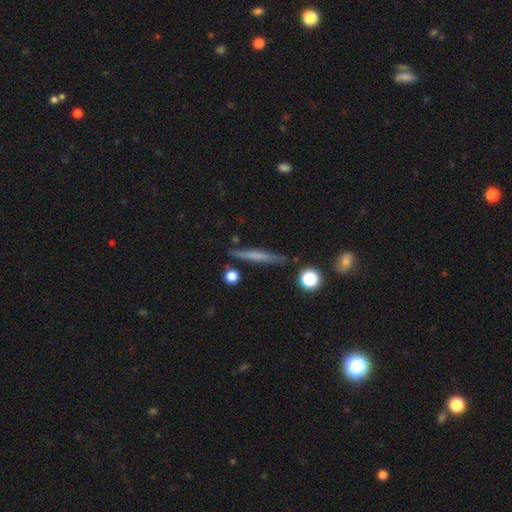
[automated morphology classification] Smooth or featured?
  - smooth: 52% *
  - featured or disk: 40%
  - star or artifact: 8%
How rounded?
  - cigar-shaped: 92% *
  - in between: 5%
  - round: 4%
Merging?
  - none: 87% *
  - minor disturbance: 9%
  - merger: 3%
  - major disturbance: 2%